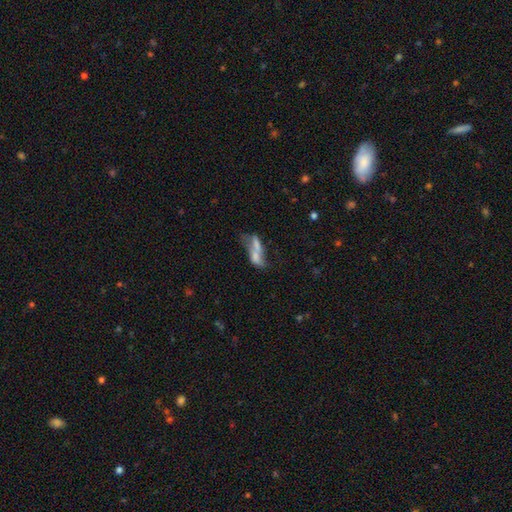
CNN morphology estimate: The model was most divided on "smooth or featured": smooth: 49%, featured or disk: 39%, star or artifact: 12%. More confident: merging — merger (51%).